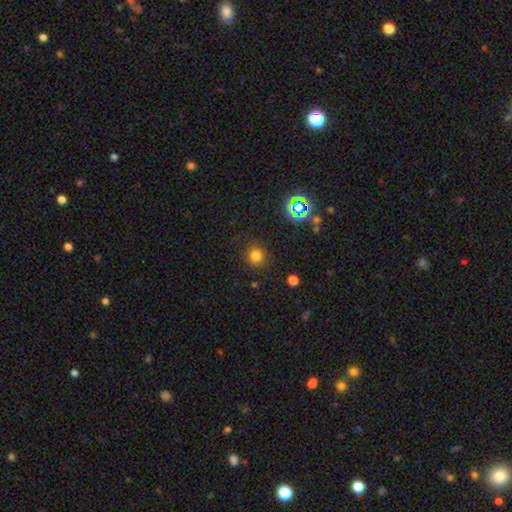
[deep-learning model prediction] Morphology: type=smooth (77%); roundness=round (90%); merging=none (87%).